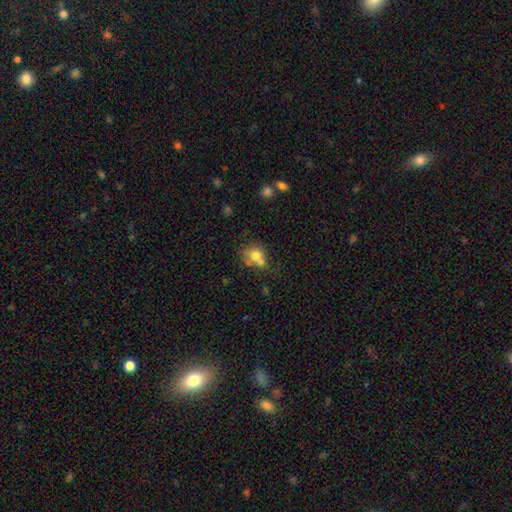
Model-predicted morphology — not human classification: type=smooth (73%); roundness=round (74%); merging=none (43%).